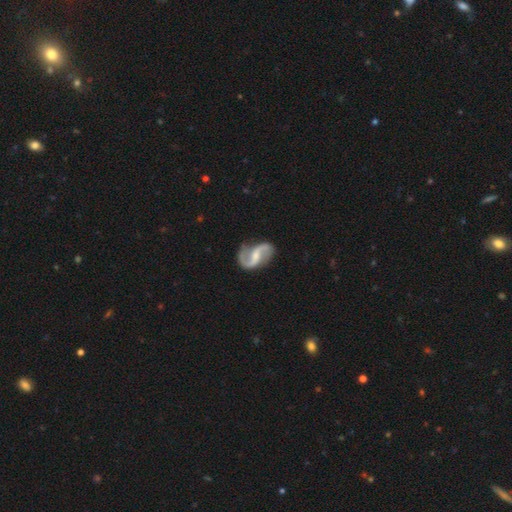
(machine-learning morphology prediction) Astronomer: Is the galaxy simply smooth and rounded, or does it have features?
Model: featured or disk — 90%.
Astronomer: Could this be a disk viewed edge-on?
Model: no — 98%.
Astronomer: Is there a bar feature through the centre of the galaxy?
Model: weak — 48% (runner-up: strong, 30%).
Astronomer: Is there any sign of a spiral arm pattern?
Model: yes — 97%.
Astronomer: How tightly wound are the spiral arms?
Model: loose — 55% (runner-up: medium, 37%).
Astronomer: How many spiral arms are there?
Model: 2 — 93%.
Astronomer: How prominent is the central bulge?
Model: small — 42% (runner-up: moderate, 33%).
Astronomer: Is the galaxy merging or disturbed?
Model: none — 78%.